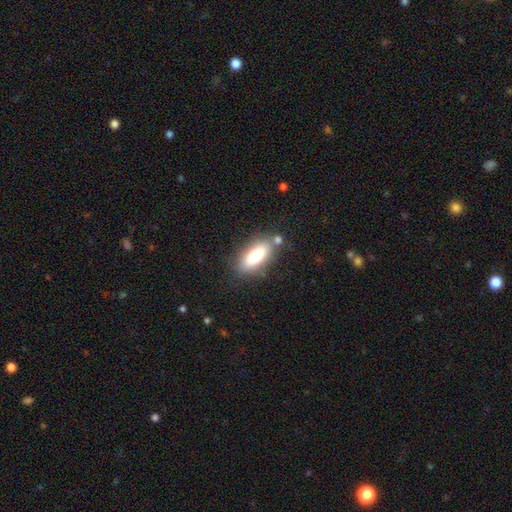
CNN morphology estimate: type=smooth (80%); roundness=in between (78%); merging=none (72%).